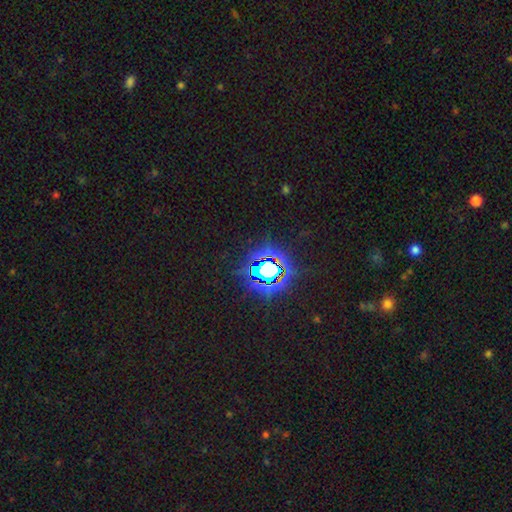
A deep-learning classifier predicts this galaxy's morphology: smooth-or-featured: star or artifact: 83% | smooth: 11% | featured or disk: 6%